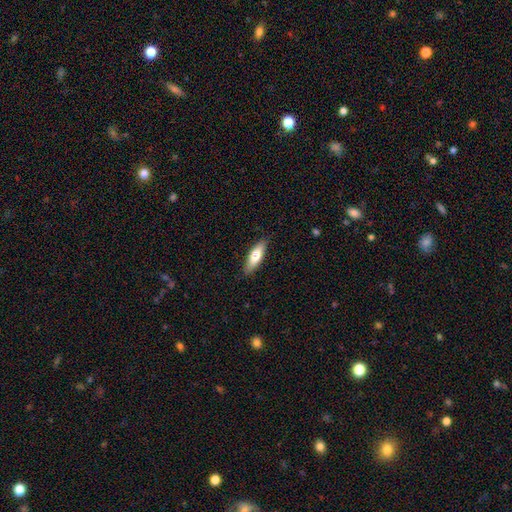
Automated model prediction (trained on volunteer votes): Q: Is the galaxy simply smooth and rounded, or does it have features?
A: smooth — 72%.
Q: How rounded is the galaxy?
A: cigar-shaped — 53%.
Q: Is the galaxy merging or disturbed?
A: none — 86%.